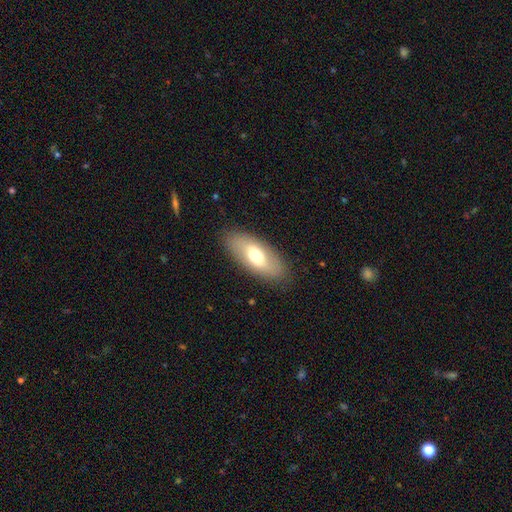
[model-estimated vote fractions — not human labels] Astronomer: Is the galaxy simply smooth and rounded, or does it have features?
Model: smooth — 63%.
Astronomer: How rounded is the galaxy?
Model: in between — 85%.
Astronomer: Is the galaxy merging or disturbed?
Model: none — 85%.